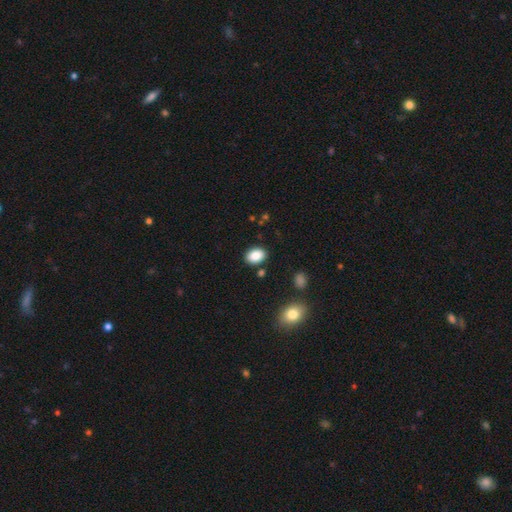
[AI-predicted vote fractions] The model was most divided on "how rounded": in between: 76%, round: 23%, cigar-shaped: 1%. More confident: smooth or featured — smooth (86%); merging — none (86%).